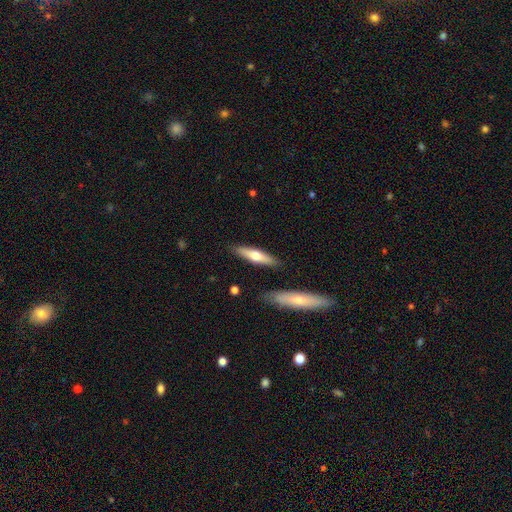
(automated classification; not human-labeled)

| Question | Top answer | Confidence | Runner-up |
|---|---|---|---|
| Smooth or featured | smooth | 55% | featured or disk (40%) |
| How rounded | cigar-shaped | 74% | in between (24%) |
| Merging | none | 86% | minor disturbance (9%) |